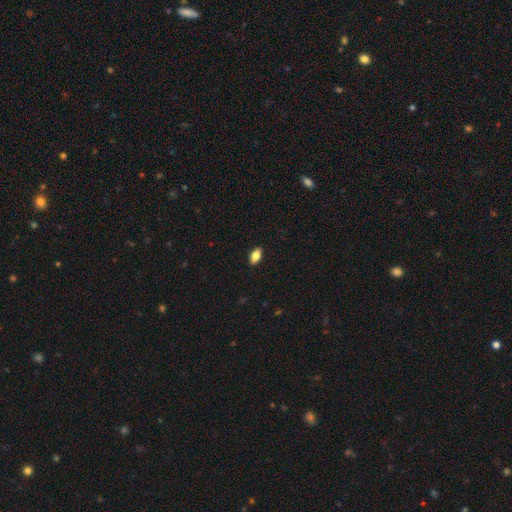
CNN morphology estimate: type=smooth (81%); roundness=in between (90%); merging=none (89%).